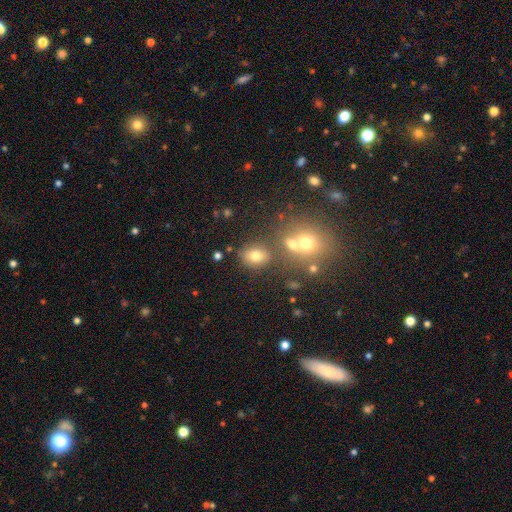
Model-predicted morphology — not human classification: Smooth or featured?
  - smooth: 72% *
  - star or artifact: 17%
  - featured or disk: 11%
How rounded?
  - in between: 54% *
  - round: 44%
  - cigar-shaped: 2%
Merging?
  - none: 70% *
  - merger: 14%
  - minor disturbance: 11%
  - major disturbance: 5%